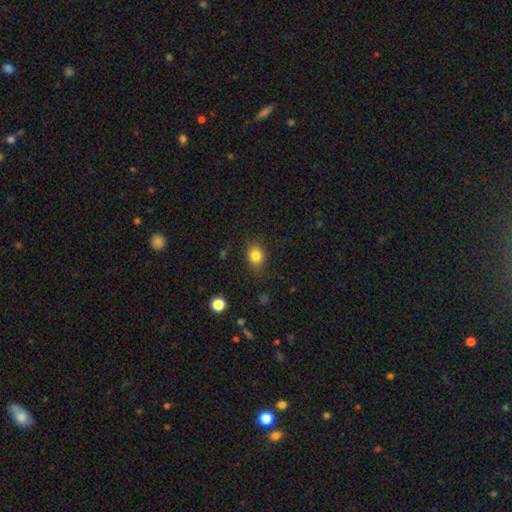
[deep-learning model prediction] Smooth or featured: smooth — 83% (star or artifact — 10%)
How rounded: in between — 57% (round — 42%)
Merging: none — 81% (minor disturbance — 14%)